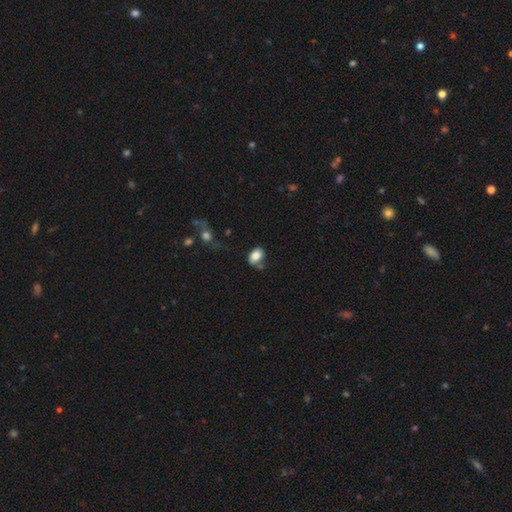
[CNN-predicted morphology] Smooth or featured: smooth — 81% (featured or disk — 11%)
How rounded: in between — 77% (round — 21%)
Merging: none — 54% (minor disturbance — 27%)